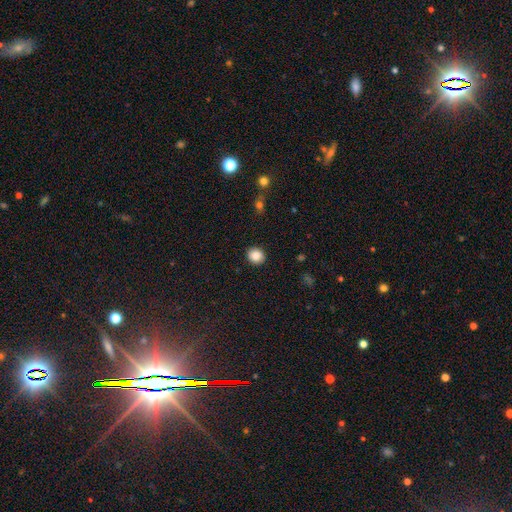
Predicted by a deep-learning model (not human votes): Overall: smooth (88%). How rounded: round (83%). Merging: none (91%).